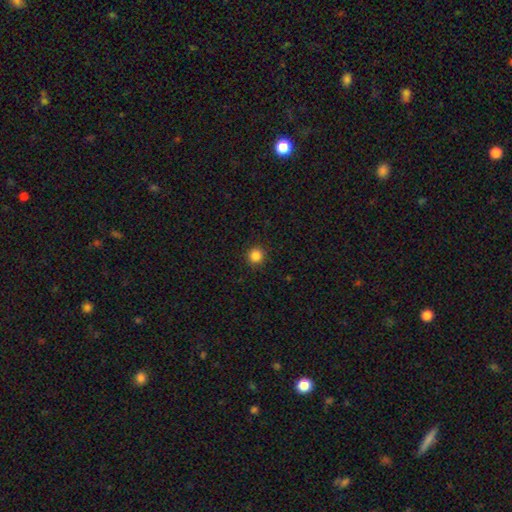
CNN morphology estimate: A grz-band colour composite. It shows a smooth galaxy with no disk features (85%) that is round (95%). Merging: none (93%).